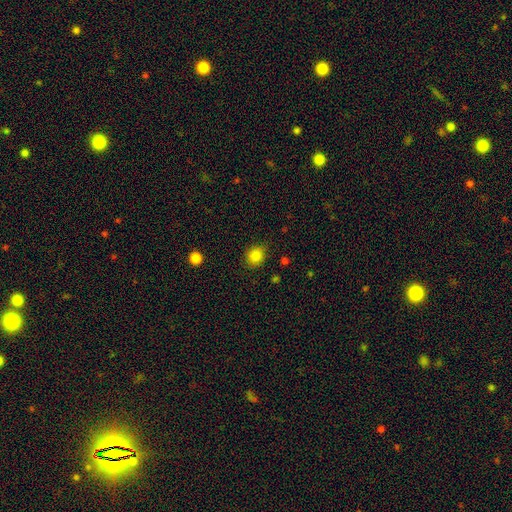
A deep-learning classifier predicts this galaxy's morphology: This is clearly a smooth galaxy (84%). How rounded: likely round (77%). Merging: clearly none (84%).